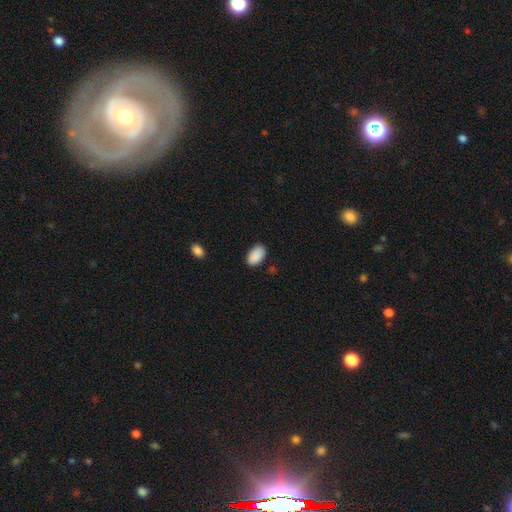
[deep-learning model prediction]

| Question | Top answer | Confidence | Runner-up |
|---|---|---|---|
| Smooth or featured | smooth | 91% | star or artifact (7%) |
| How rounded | in between | 94% | round (5%) |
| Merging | none | 84% | minor disturbance (12%) |